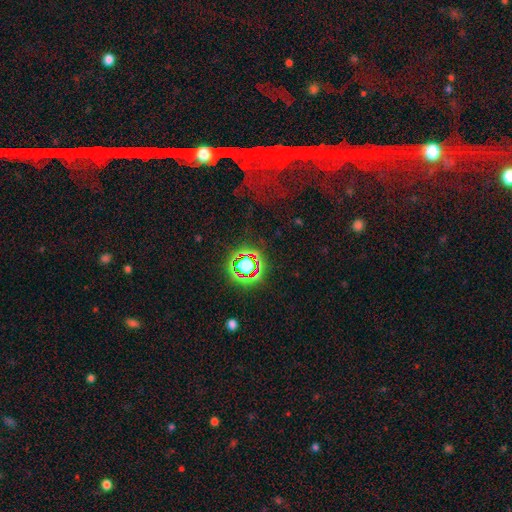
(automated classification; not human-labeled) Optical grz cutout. It shows a star or artifact, not a galaxy (75%).